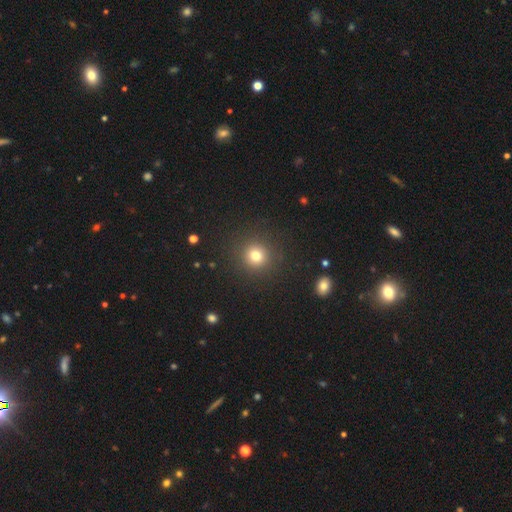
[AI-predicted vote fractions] Smooth or featured? Predicted: smooth (p=0.79). How rounded? Predicted: round (p=0.93). Merging? Predicted: none (p=0.90).